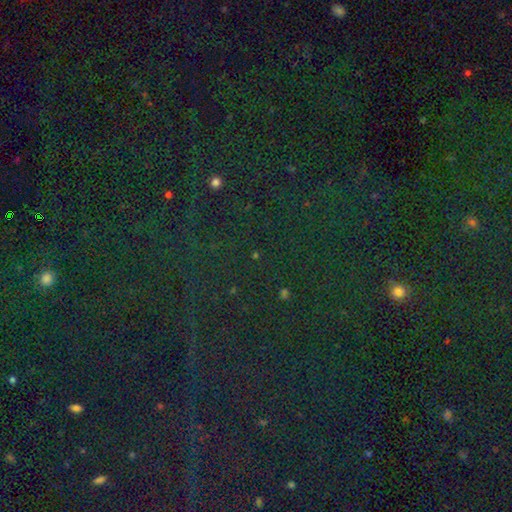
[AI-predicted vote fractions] This appears to be a star or artifact, not a galaxy (72%).